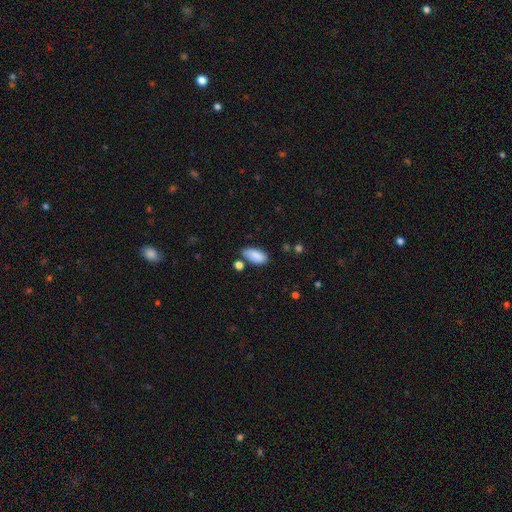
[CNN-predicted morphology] Smooth or featured? smooth (87%)
How rounded? in between (91%)
Merging? none (70%)